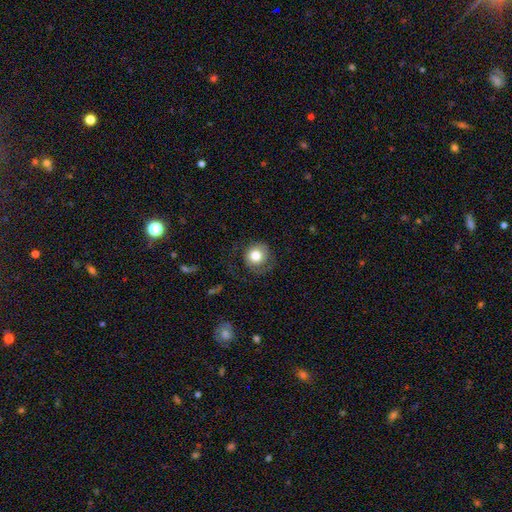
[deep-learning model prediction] The model was most divided on "merging": none: 64%, minor disturbance: 19%, major disturbance: 16%, merger: 1%. More confident: how rounded — round (89%); smooth or featured — smooth (75%).